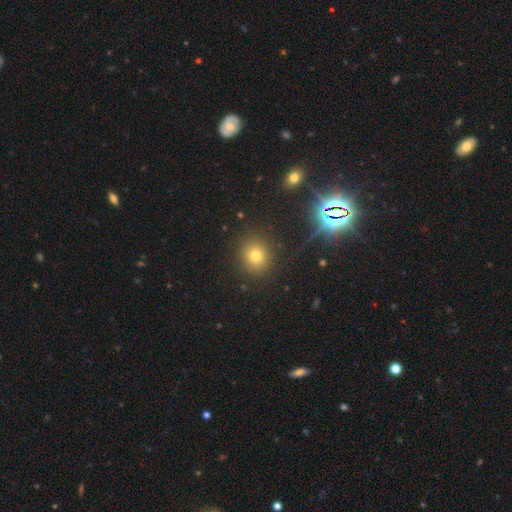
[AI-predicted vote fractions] smooth_or_featured: smooth (p=0.66) [alt: star or artifact p=0.24]
how_rounded: round (p=0.81) [alt: in between p=0.18]
merging: none (p=0.88) [alt: minor disturbance p=0.07]